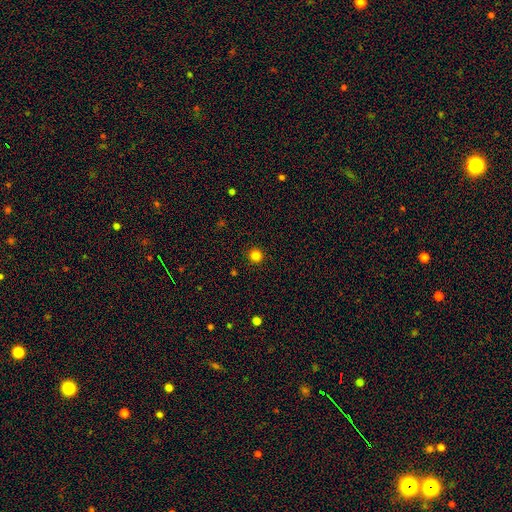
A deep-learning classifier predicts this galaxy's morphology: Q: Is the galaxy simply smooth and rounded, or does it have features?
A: smooth — 84%.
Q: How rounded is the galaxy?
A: round — 95%.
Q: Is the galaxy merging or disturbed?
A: none — 93%.